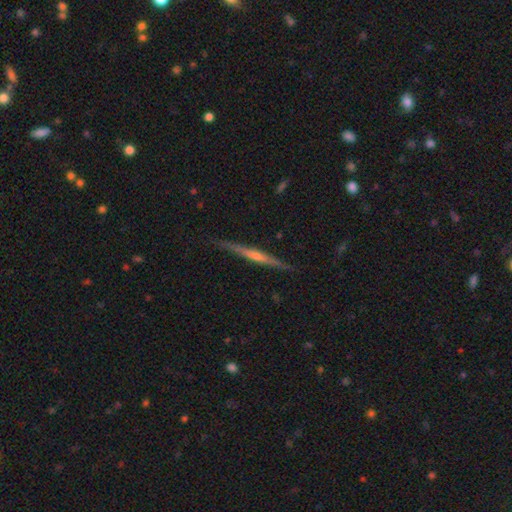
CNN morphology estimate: smooth_or_featured: featured or disk (p=0.79) [alt: smooth p=0.14]
disk_edge_on: yes (p=0.98) [alt: no p=0.02]
edge_on_bulge: rounded (p=0.73) [alt: none p=0.17]
merging: none (p=0.90) [alt: minor disturbance p=0.08]